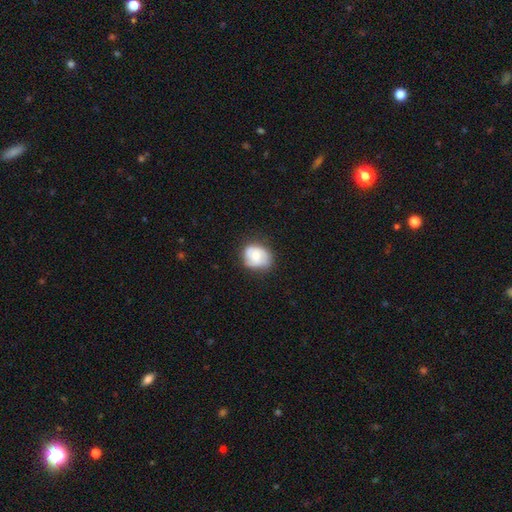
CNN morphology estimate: This is possibly a smooth galaxy (51%). How rounded: likely round (60%). Merging: likely none (65%).